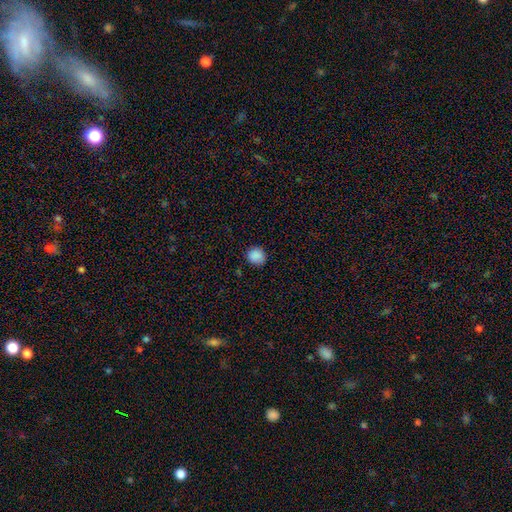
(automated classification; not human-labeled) This is clearly a smooth galaxy (88%). How rounded: clearly round (84%). Merging: clearly none (86%).